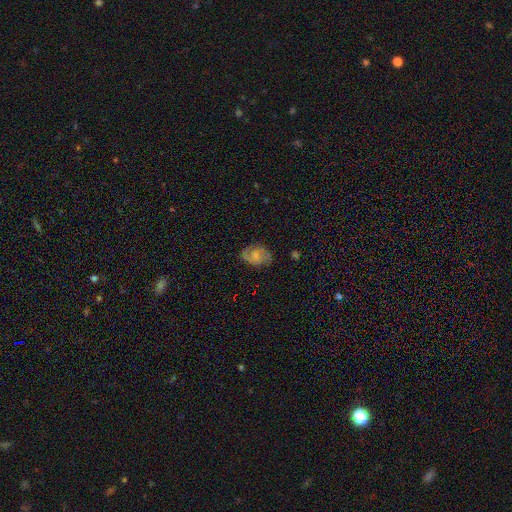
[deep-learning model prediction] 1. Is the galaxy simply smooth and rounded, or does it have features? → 58% featured or disk, 33% smooth, 9% star or artifact.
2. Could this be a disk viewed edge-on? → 97% no, 3% yes.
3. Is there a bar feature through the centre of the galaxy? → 52% no, 40% weak, 7% strong.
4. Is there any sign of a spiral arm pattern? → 84% yes, 16% no.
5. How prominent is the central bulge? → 35% small, 30% none, 29% moderate, 6% large, 1% dominant.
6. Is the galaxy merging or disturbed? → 70% none, 20% minor disturbance, 8% major disturbance, 1% merger.